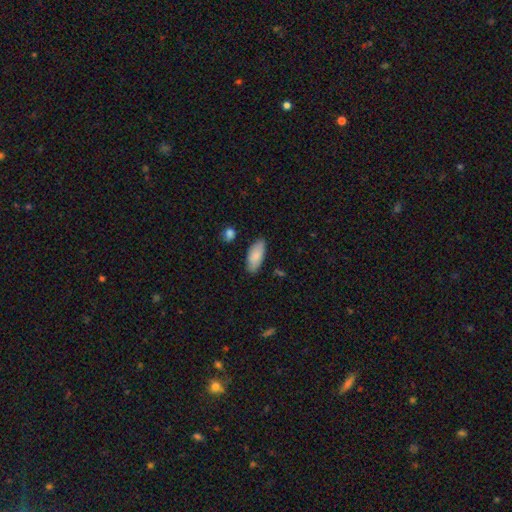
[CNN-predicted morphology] Smooth or featured: smooth — 84% (featured or disk — 10%)
How rounded: in between — 88% (cigar-shaped — 11%)
Merging: none — 82% (minor disturbance — 14%)